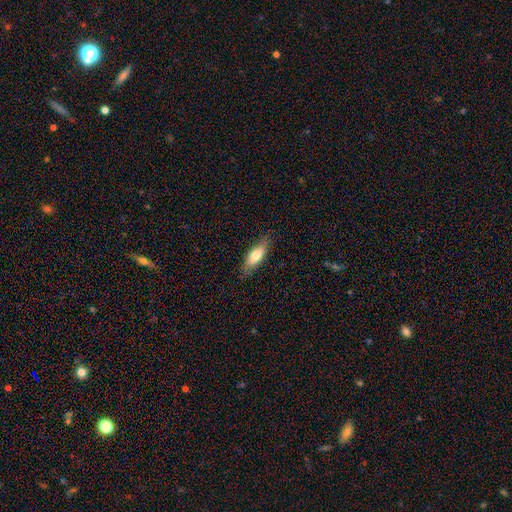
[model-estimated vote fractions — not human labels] smooth-or-featured: smooth: 71% | featured or disk: 23% | star or artifact: 6%
  how-rounded: in between: 63% | cigar-shaped: 34% | round: 2%
  merging: none: 83% | minor disturbance: 14% | major disturbance: 3% | merger: 1%